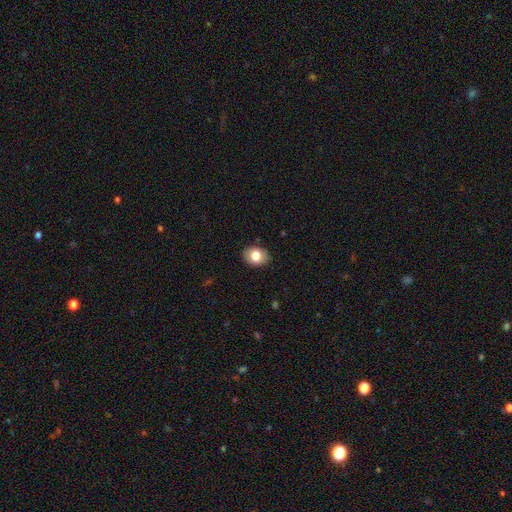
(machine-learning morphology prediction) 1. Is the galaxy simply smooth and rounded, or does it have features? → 79% smooth, 13% featured or disk, 8% star or artifact.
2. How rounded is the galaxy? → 68% in between, 31% round, 1% cigar-shaped.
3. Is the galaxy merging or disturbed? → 88% none, 9% minor disturbance, 2% major disturbance, 1% merger.